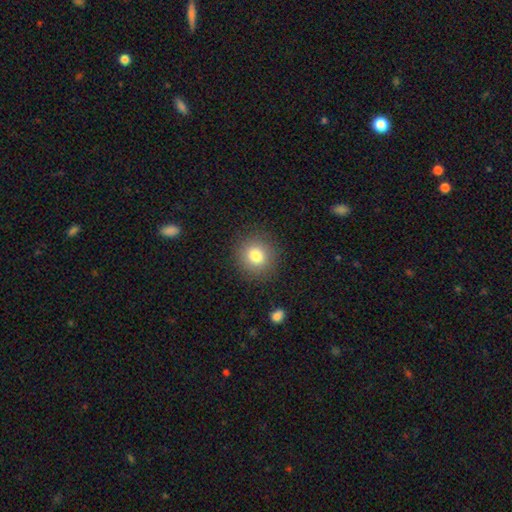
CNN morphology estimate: Overall: smooth (80%). How rounded: round (90%). Merging: none (89%).